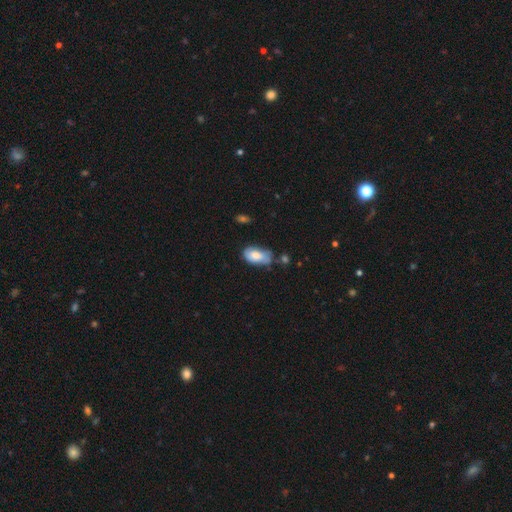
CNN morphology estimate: smooth-or-featured: smooth: 74% | featured or disk: 19% | star or artifact: 7%
  how-rounded: in between: 93% | round: 5% | cigar-shaped: 3%
  merging: none: 46% | minor disturbance: 35% | major disturbance: 10% | merger: 9%